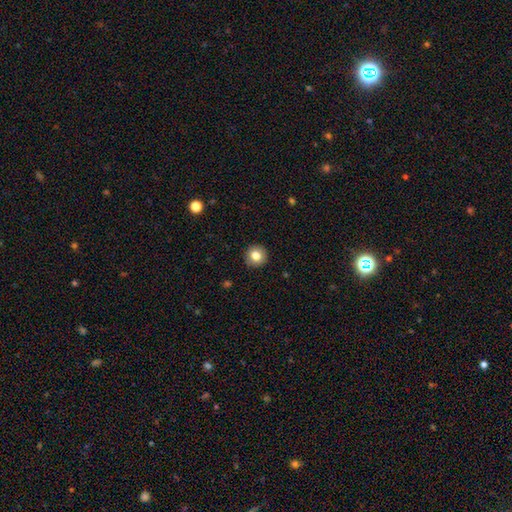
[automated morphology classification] Smooth or featured? smooth (81%)
How rounded? round (95%)
Merging? none (92%)